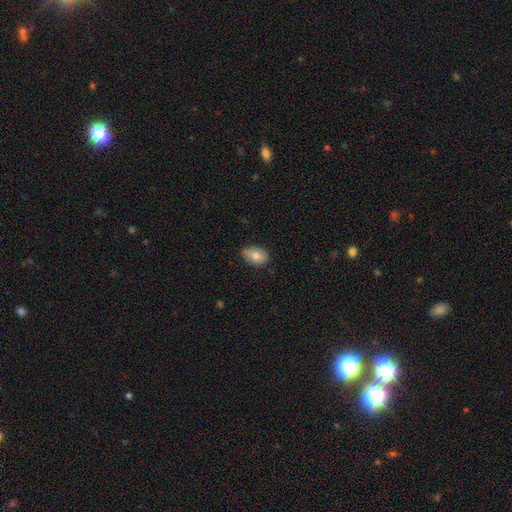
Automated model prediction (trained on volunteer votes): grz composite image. It shows a smooth galaxy with no disk features (78%) that is in between round and cigar-shaped (79%). Merging: none (73%).